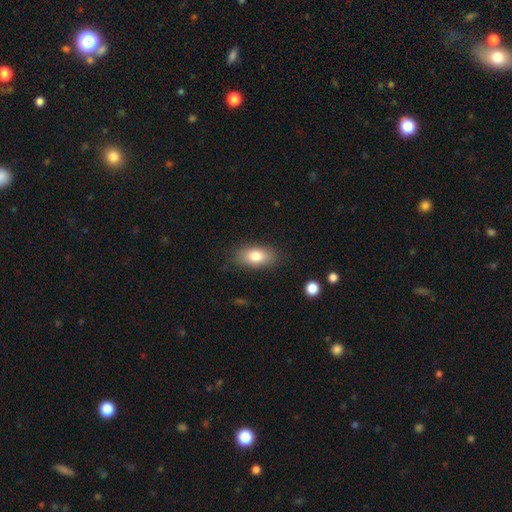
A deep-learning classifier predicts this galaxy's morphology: smooth 80%, featured or disk 12%, star or artifact 8%. Down the decision tree: how rounded — in between (89%); merging — none (83%).